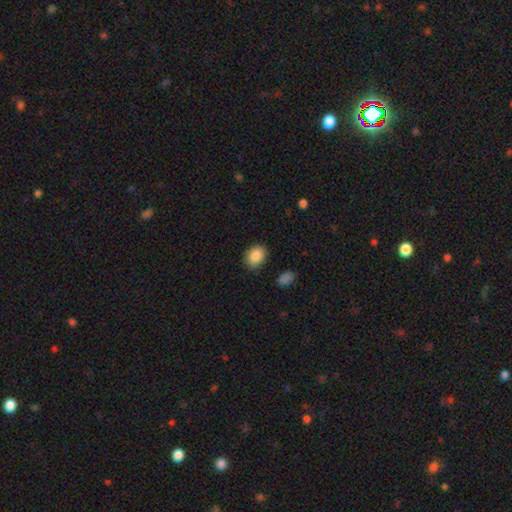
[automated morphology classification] A smooth galaxy with no disk features (88%) that is in between round and cigar-shaped (63%).

Vote fractions:
- Smooth or featured? smooth: 88% / star or artifact: 8% / featured or disk: 5%
- How rounded? in between: 63% / round: 36% / cigar-shaped: 1%
- Merging? none: 83% / minor disturbance: 13% / major disturbance: 3% / merger: 2%